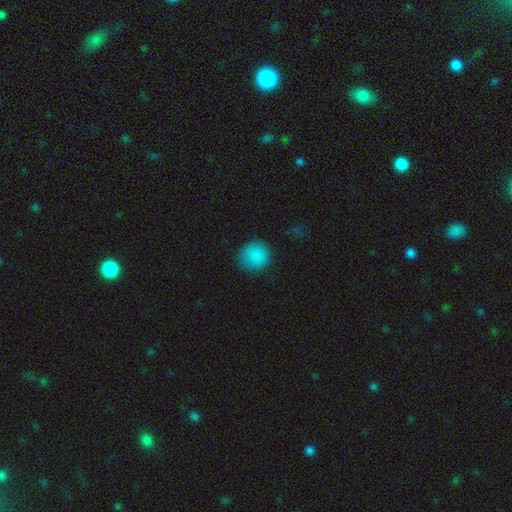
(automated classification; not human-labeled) Overall: smooth (87%). How rounded: round (89%). Merging: none (84%).